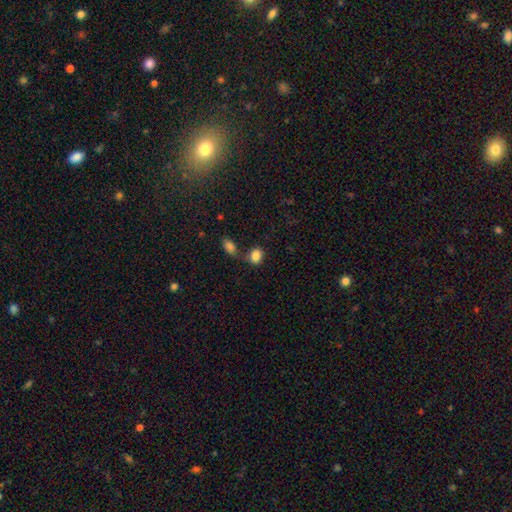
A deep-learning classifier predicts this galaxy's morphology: type=smooth (85%); roundness=in between (59%); merging=none (56%).